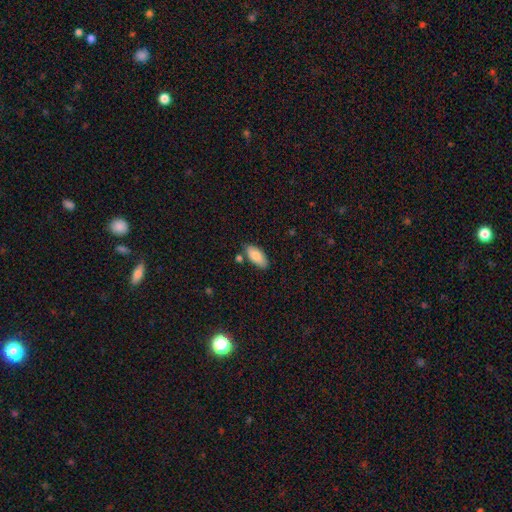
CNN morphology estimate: A smooth galaxy with no disk features (85%) that is in between round and cigar-shaped (89%).

Vote fractions:
- Smooth or featured? smooth: 85% / featured or disk: 9% / star or artifact: 6%
- How rounded? in between: 89% / cigar-shaped: 9% / round: 2%
- Merging? none: 78% / minor disturbance: 14% / merger: 5% / major disturbance: 3%